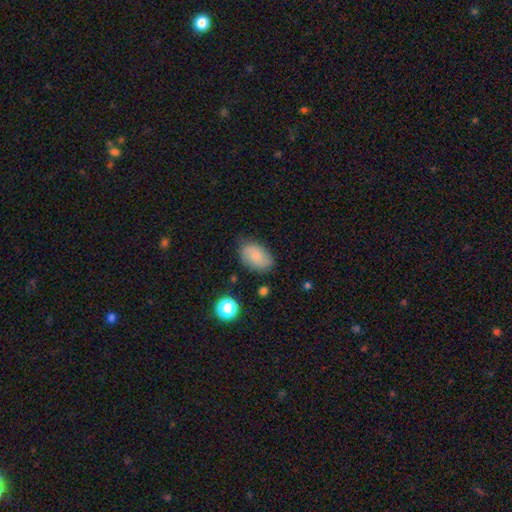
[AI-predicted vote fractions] smooth_or_featured: smooth (p=0.78) [alt: featured or disk p=0.14]
how_rounded: in between (p=0.90) [alt: round p=0.09]
merging: none (p=0.74) [alt: minor disturbance p=0.19]